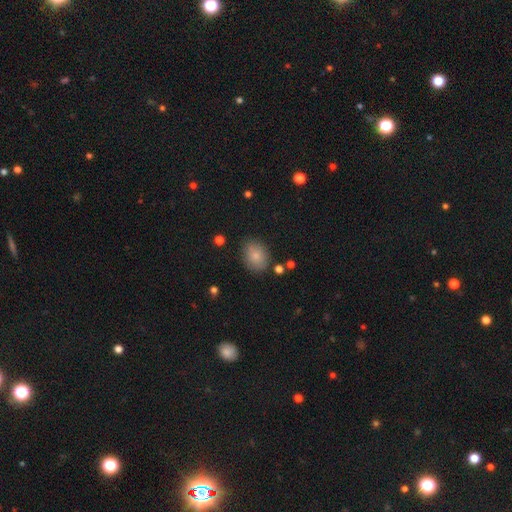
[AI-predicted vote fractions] smooth 82%, star or artifact 9%, featured or disk 9%. Down the decision tree: how rounded — in between (59%); merging — none (79%).